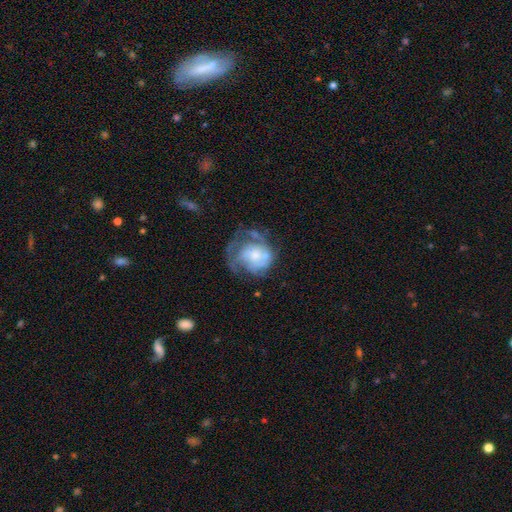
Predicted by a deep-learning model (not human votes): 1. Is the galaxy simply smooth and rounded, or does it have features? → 63% featured or disk, 30% smooth, 7% star or artifact.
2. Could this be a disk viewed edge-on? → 98% no, 2% yes.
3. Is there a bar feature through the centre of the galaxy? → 79% no, 18% weak, 3% strong.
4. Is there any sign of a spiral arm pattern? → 68% yes, 32% no.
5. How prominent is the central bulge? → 43% small, 38% moderate, 9% large, 8% none, 2% dominant.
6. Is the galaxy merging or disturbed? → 39% none, 33% major disturbance, 23% minor disturbance, 5% merger.